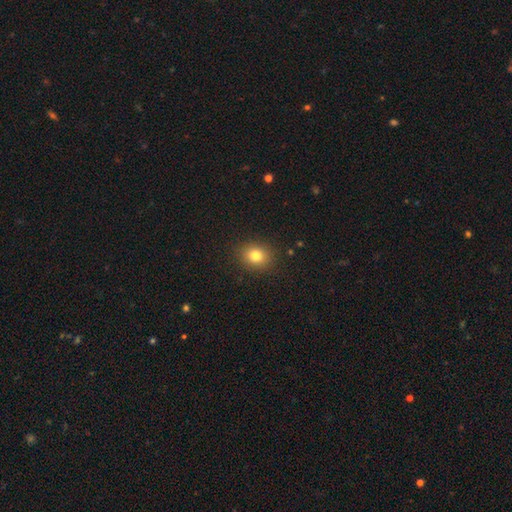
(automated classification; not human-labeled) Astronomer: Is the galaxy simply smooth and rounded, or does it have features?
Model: smooth — 80%.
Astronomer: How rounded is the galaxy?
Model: round — 62%.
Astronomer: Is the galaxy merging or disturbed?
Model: none — 89%.